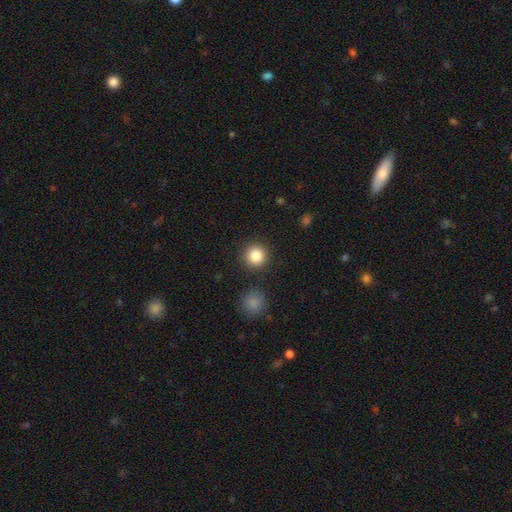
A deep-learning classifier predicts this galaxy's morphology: smooth_or_featured: smooth (p=0.86) [alt: star or artifact p=0.10]
how_rounded: round (p=0.95) [alt: in between p=0.05]
merging: none (p=0.88) [alt: minor disturbance p=0.06]